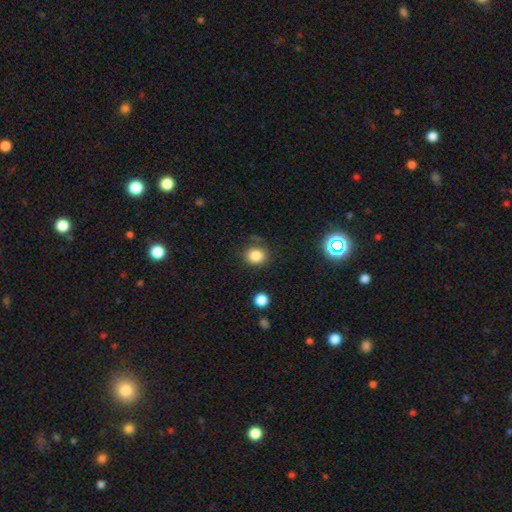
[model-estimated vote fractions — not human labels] This appears to be a smooth galaxy with no disk features (83%) that is round (70%). Merging: none (78%).